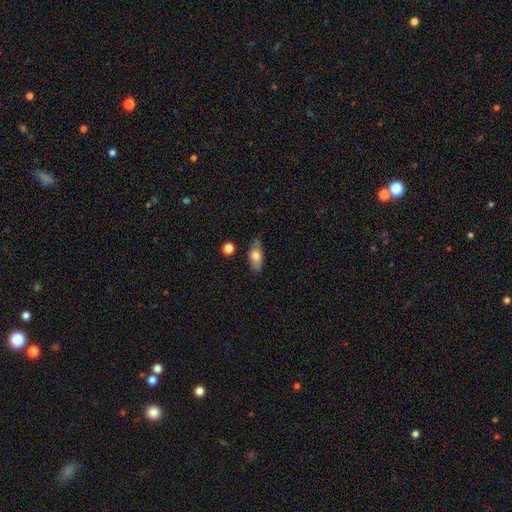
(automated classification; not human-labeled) Smooth or featured? smooth (71%)
How rounded? in between (80%)
Merging? none (78%)